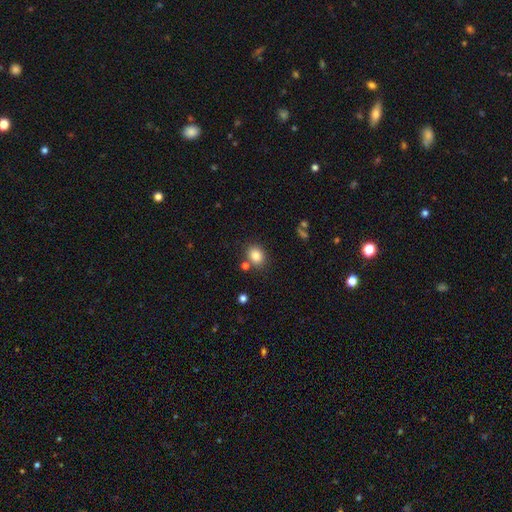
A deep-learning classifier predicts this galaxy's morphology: This appears to be a smooth galaxy with no disk features (83%) that is in between round and cigar-shaped (50%). Merging: none (77%).